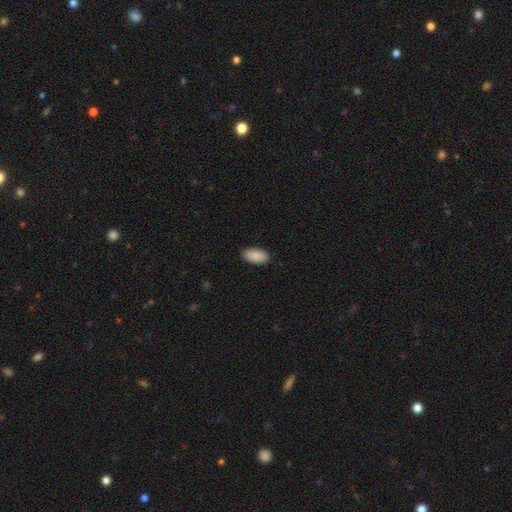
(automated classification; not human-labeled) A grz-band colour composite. It shows a smooth galaxy with no disk features (91%) that is in between round and cigar-shaped (95%). Merging: none (89%).